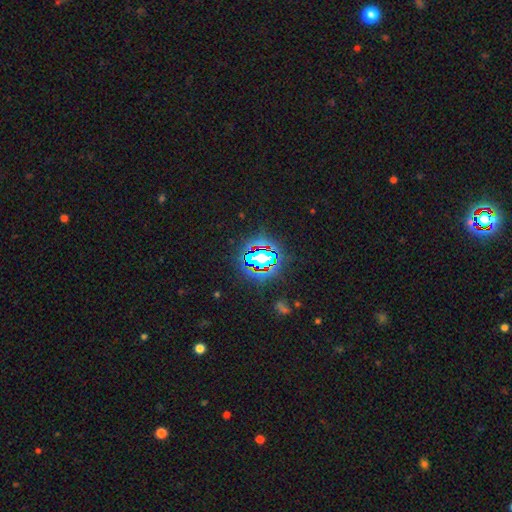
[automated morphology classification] Smooth or featured?
  - star or artifact: 80% *
  - smooth: 12%
  - featured or disk: 8%